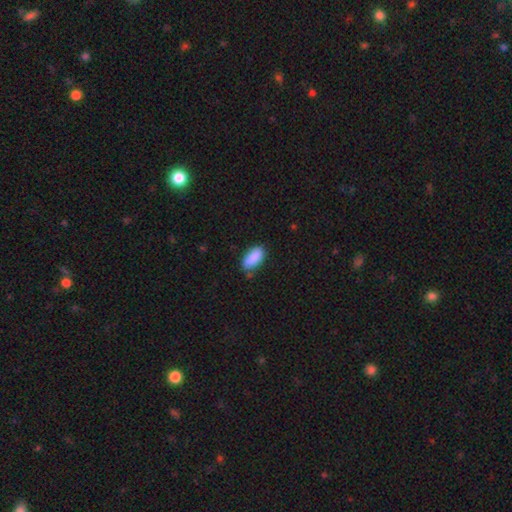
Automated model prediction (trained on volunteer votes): Smooth or featured? smooth (89%)
How rounded? in between (88%)
Merging? none (73%)